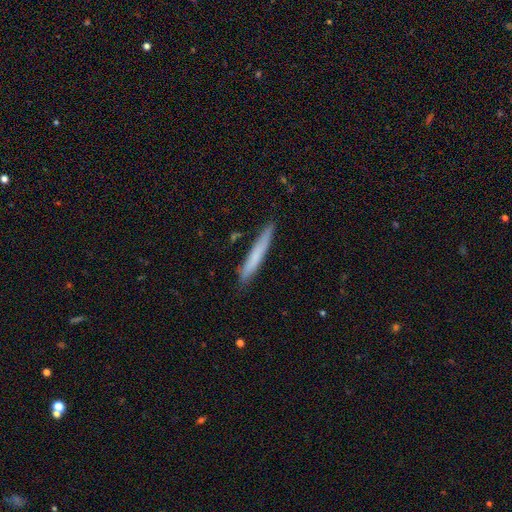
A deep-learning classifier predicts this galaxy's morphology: smooth 67%, featured or disk 27%, star or artifact 6%. Down the decision tree: how rounded — cigar-shaped (96%); merging — none (85%).